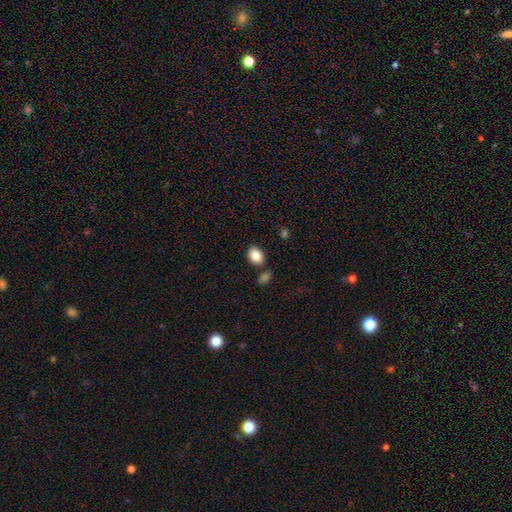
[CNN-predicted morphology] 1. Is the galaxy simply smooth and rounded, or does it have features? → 87% smooth, 8% star or artifact, 5% featured or disk.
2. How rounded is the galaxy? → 63% in between, 36% round, 1% cigar-shaped.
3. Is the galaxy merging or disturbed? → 78% none, 10% minor disturbance, 10% merger, 3% major disturbance.